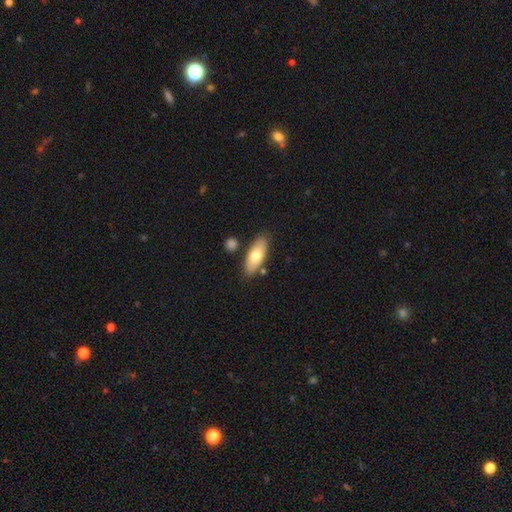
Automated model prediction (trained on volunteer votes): This appears to be a smooth galaxy with no disk features (71%) that is in between round and cigar-shaped (77%). Merging: none (80%).